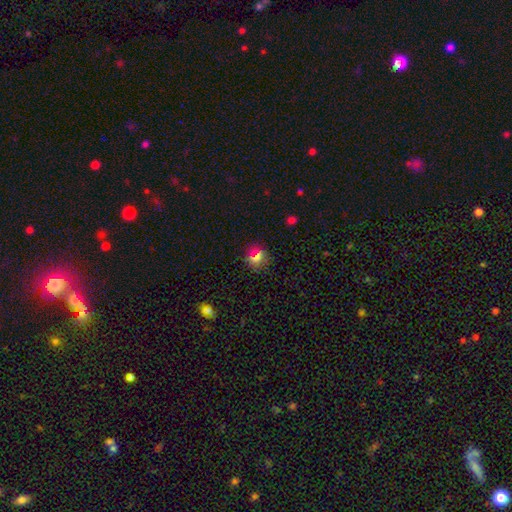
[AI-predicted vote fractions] smooth-or-featured: smooth: 67% | star or artifact: 23% | featured or disk: 10%
  how-rounded: round: 84% | in between: 14% | cigar-shaped: 2%
  merging: none: 87% | minor disturbance: 8% | major disturbance: 3% | merger: 2%